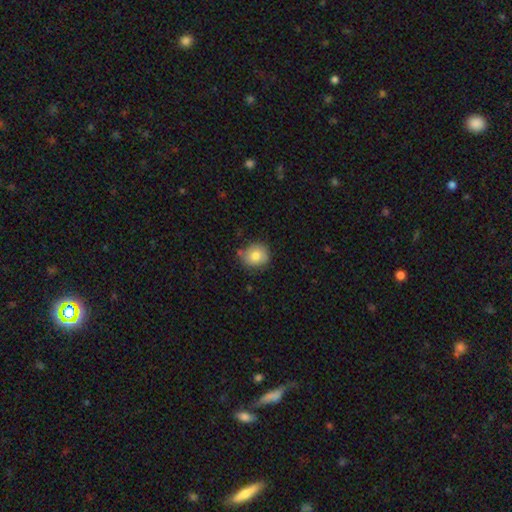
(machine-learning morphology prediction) Smooth or featured? smooth (80%)
How rounded? round (81%)
Merging? none (79%)